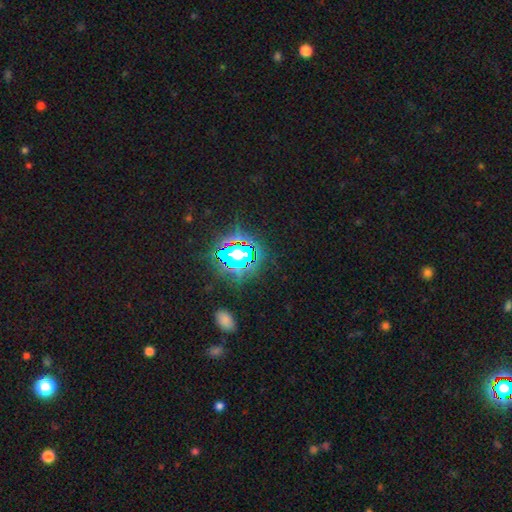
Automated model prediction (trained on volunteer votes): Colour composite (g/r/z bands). It shows a star or artifact, not a galaxy (80%).